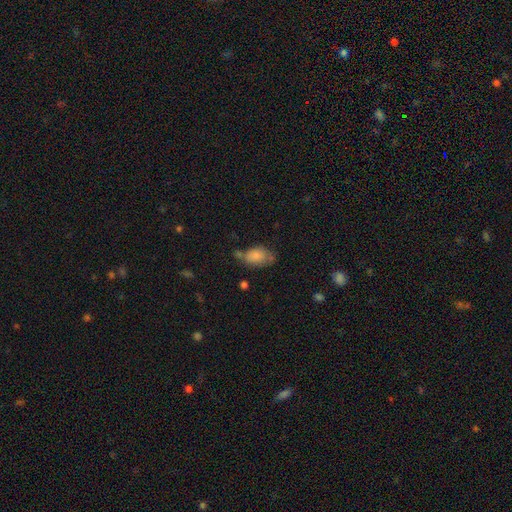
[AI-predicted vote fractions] Q: Smooth or featured?
A: smooth (82%); runner-up: featured or disk (10%)
Q: How rounded?
A: in between (86%); runner-up: round (12%)
Q: Merging?
A: none (48%); runner-up: minor disturbance (29%)